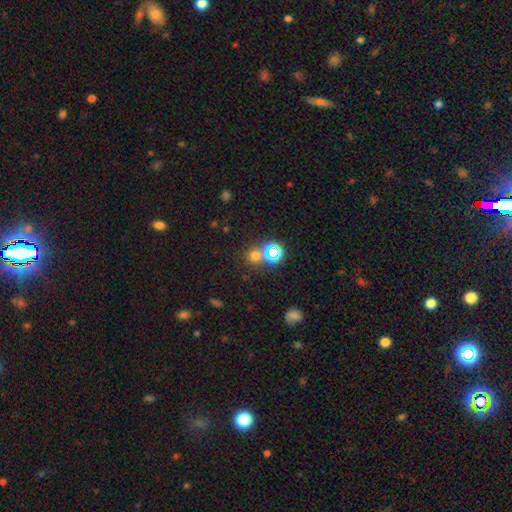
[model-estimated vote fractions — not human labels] This is possibly a smooth galaxy (54%). How rounded: clearly round (86%). Merging: likely none (69%).